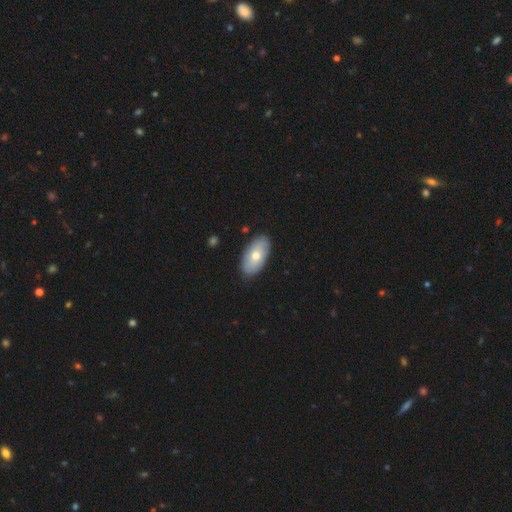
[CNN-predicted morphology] This is likely a smooth galaxy (62%). How rounded: clearly in between (94%). Merging: clearly none (87%).